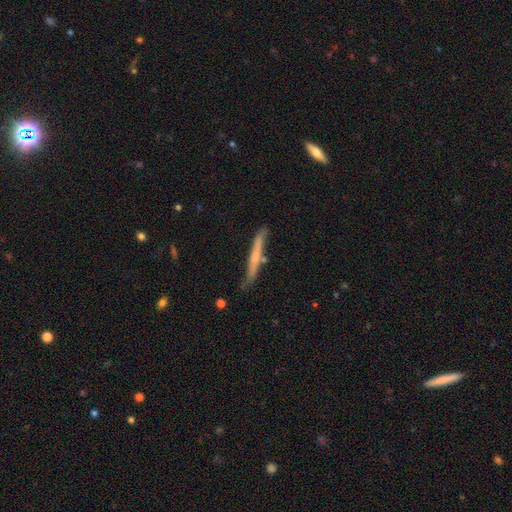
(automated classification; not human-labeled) Overall: smooth (48%; featured or disk 46%). Merging: none (72%).